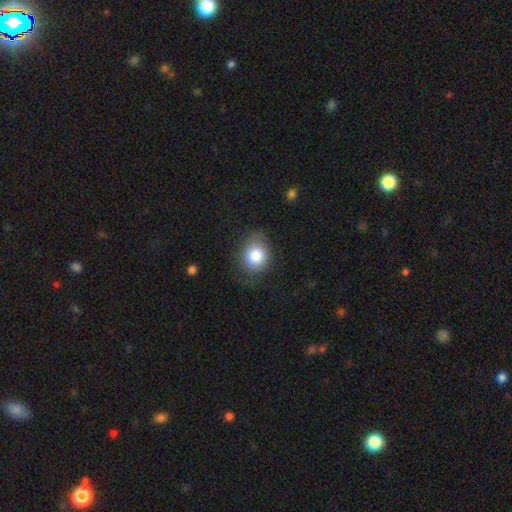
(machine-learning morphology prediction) This appears to be a smooth galaxy with no disk features (83%) that is round (53%). Merging: none (71%).